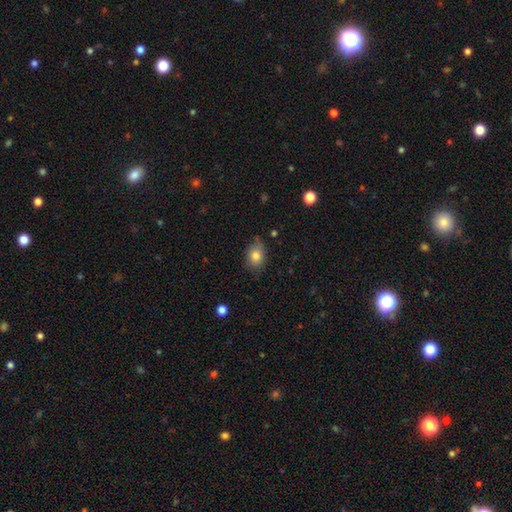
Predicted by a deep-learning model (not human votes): smooth 82%, featured or disk 10%, star or artifact 8%. Down the decision tree: how rounded — in between (72%); merging — none (69%).